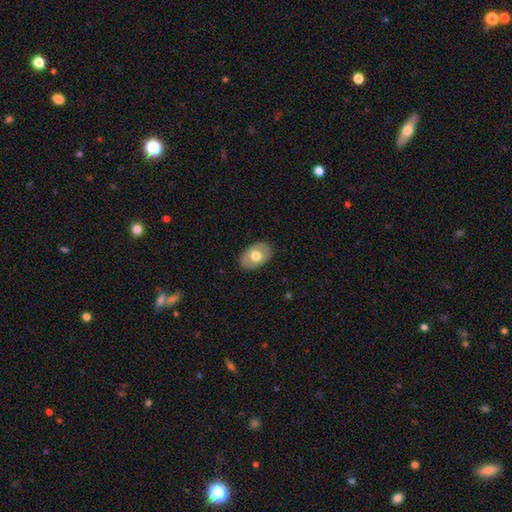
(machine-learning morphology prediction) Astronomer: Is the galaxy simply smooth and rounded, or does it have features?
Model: smooth — 58% (runner-up: featured or disk, 37%).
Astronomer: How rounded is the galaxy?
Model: in between — 84%.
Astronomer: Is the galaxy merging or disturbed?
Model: none — 84%.